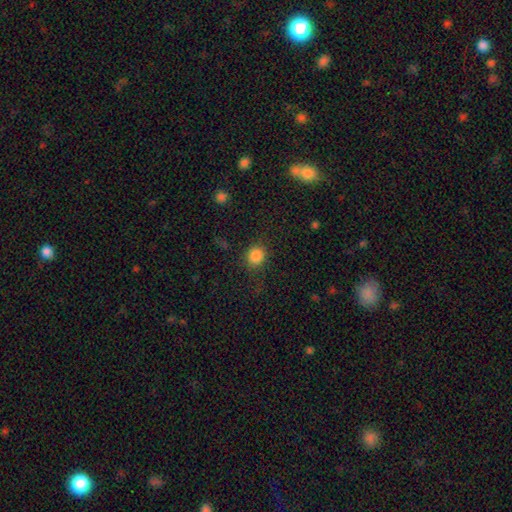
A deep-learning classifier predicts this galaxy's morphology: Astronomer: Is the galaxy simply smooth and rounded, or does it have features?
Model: smooth — 85%.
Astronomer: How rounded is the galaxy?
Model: round — 79%.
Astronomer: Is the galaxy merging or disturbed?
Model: none — 82%.